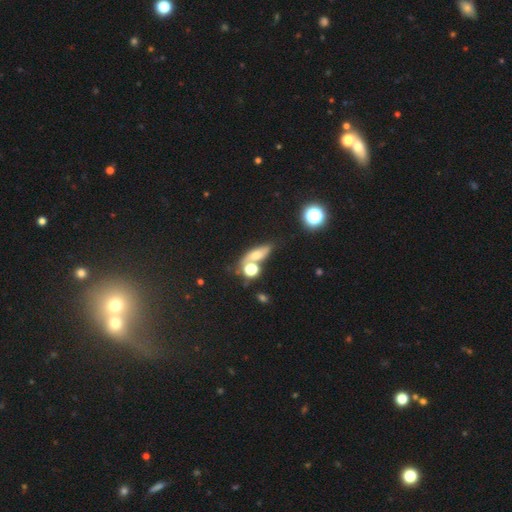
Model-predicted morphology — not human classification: type=smooth (56%); roundness=in between (52%); merging=none (49%).